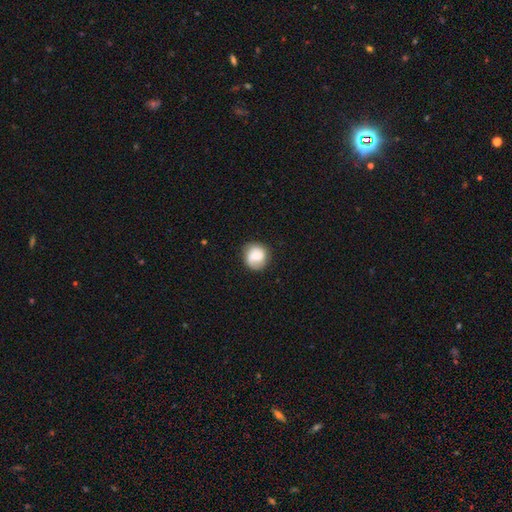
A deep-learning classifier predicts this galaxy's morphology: The model was most divided on "smooth or featured": smooth: 52%, featured or disk: 40%, star or artifact: 8%. More confident: how rounded — round (87%); merging — none (79%).